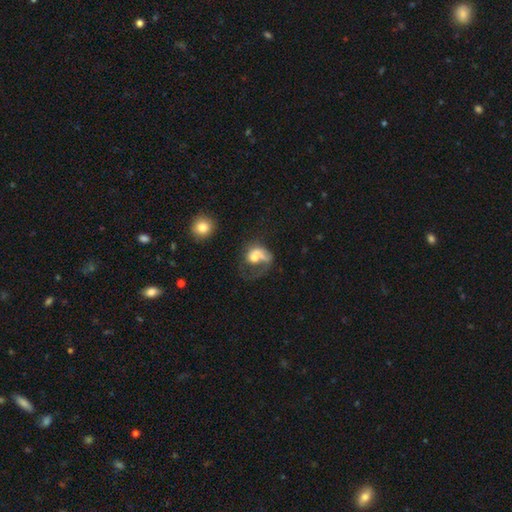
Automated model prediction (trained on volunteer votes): smooth 46%, featured or disk 44%, star or artifact 10%. Down the decision tree: merging — major disturbance (47%).